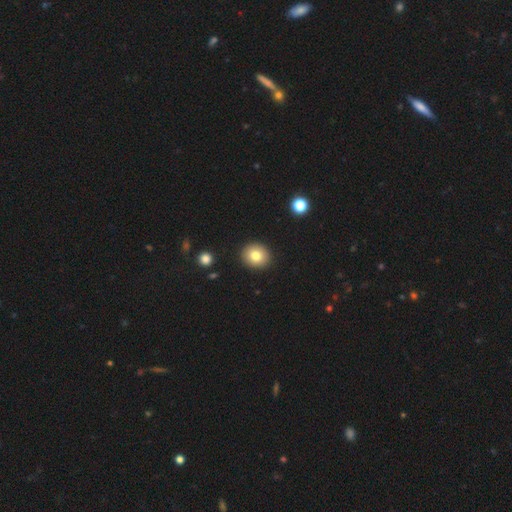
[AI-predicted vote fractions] Morphology: type=smooth (80%); roundness=round (78%); merging=none (91%).